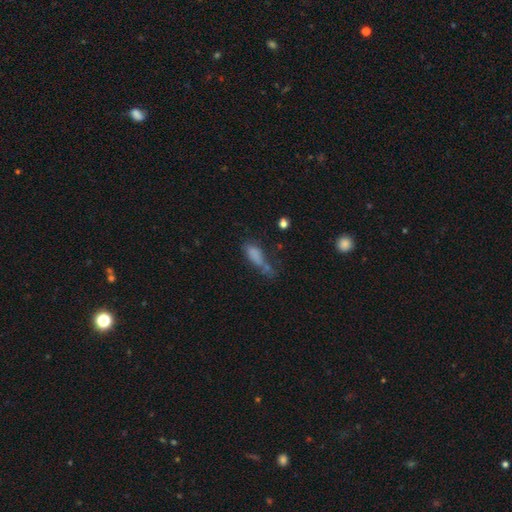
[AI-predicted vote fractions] Q: Smooth or featured?
A: smooth (73%); runner-up: featured or disk (14%)
Q: How rounded?
A: in between (63%); runner-up: cigar-shaped (32%)
Q: Merging?
A: none (31%); runner-up: major disturbance (26%)